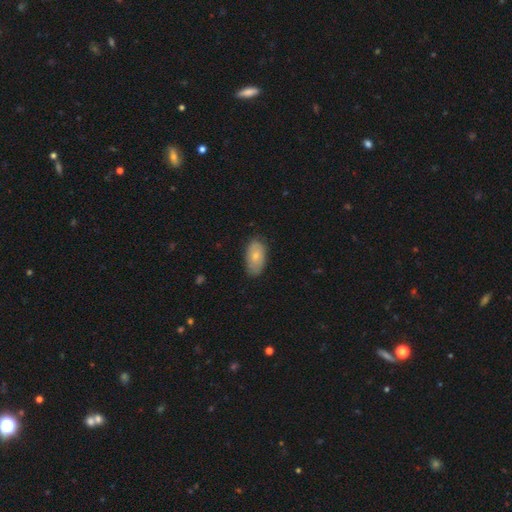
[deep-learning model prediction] smooth 70%, featured or disk 24%, star or artifact 6%. Down the decision tree: how rounded — in between (93%); merging — none (77%).